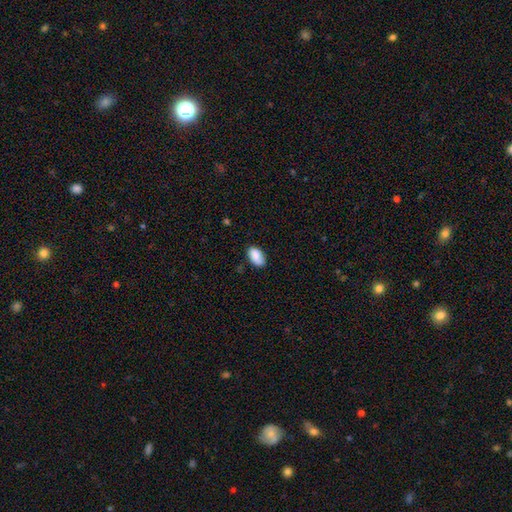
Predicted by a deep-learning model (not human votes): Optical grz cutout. It shows a smooth galaxy with no disk features (87%) that is in between round and cigar-shaped (94%). Merging: none (77%).